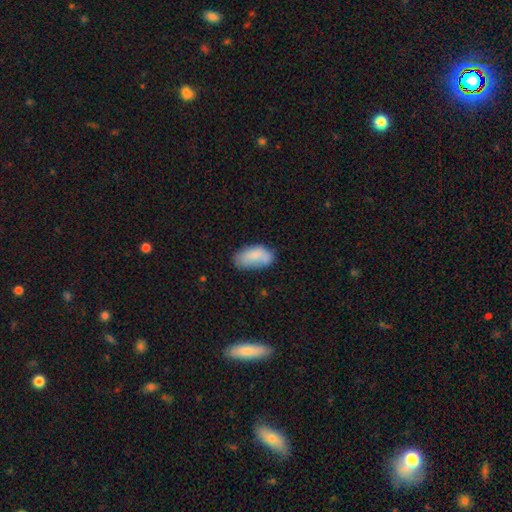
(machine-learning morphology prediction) type=smooth (80%); roundness=in between (94%); merging=none (57%).